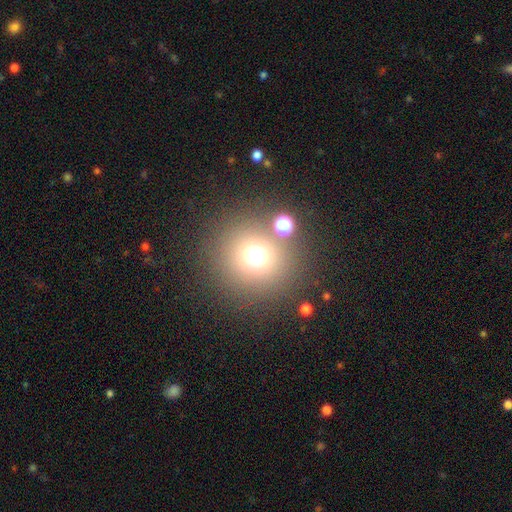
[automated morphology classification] type=smooth (67%); roundness=round (92%); merging=none (76%).